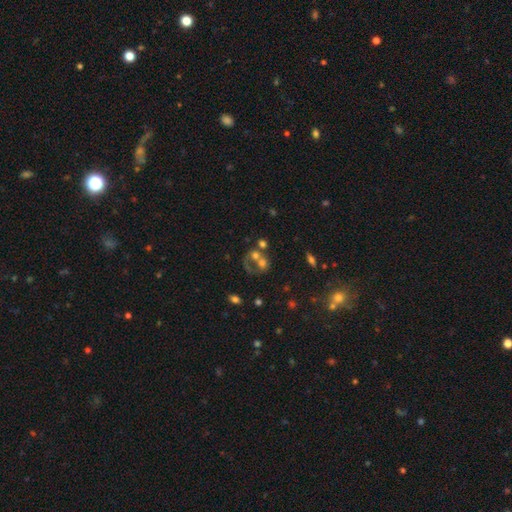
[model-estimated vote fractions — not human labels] A smooth galaxy with no disk features (45%). Merging: merger (54%).